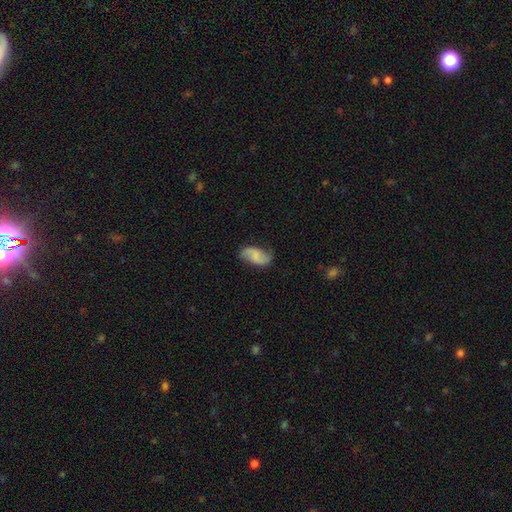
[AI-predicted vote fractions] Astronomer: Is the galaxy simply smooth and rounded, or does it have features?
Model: featured or disk — 48% (runner-up: smooth, 44%).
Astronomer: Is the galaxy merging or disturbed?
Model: none — 73%.